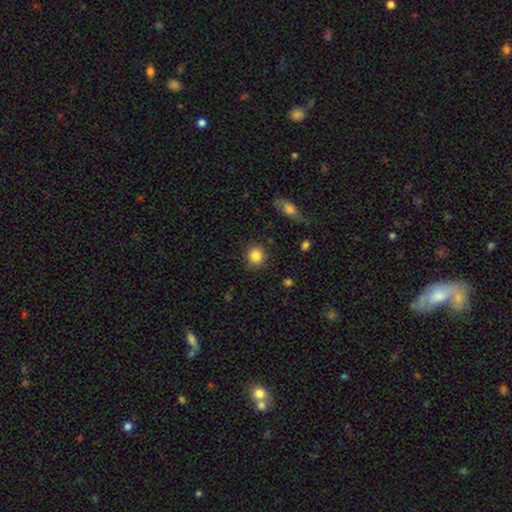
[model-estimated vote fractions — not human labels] This appears to be a smooth galaxy with no disk features (85%) that is round (90%). Merging: none (84%).